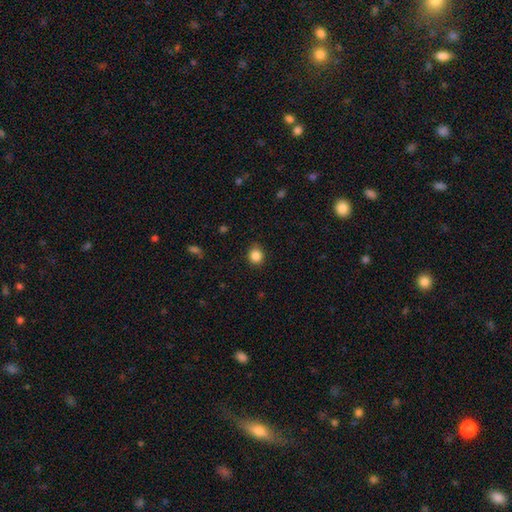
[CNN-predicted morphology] Smooth or featured? smooth (86%)
How rounded? round (86%)
Merging? none (86%)